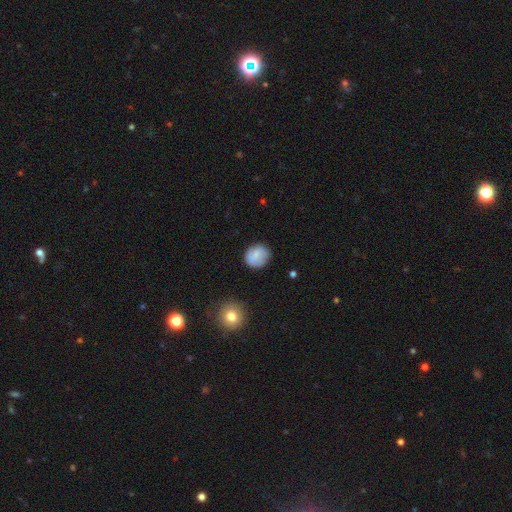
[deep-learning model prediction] This is likely a smooth galaxy (77%). How rounded: likely round (75%). Merging: likely none (78%).